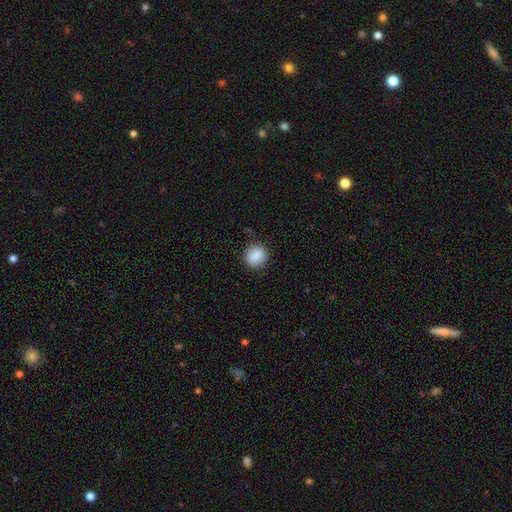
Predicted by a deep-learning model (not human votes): smooth-or-featured: smooth: 87% | star or artifact: 8% | featured or disk: 5%
  how-rounded: round: 73% | in between: 25% | cigar-shaped: 1%
  merging: none: 85% | minor disturbance: 11% | major disturbance: 3% | merger: 1%